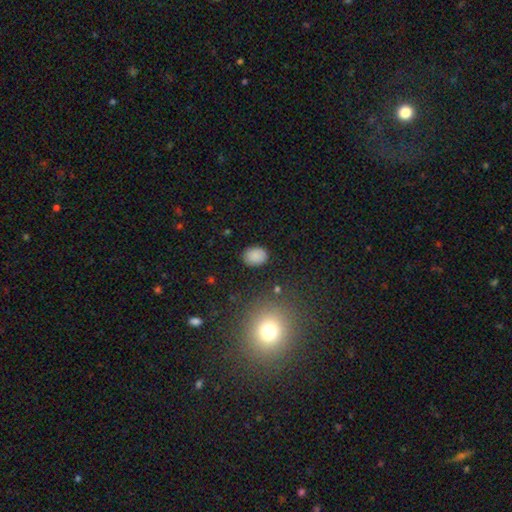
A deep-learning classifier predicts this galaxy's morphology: A smooth galaxy with no disk features (85%) that is in between round and cigar-shaped (68%).

Vote fractions:
- Smooth or featured? smooth: 85% / star or artifact: 10% / featured or disk: 5%
- How rounded? in between: 68% / round: 31% / cigar-shaped: 1%
- Merging? none: 84% / minor disturbance: 12% / major disturbance: 3% / merger: 2%